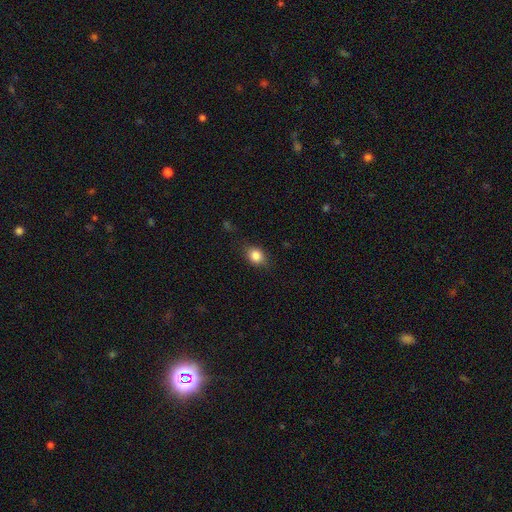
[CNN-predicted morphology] This appears to be a smooth galaxy with no disk features (84%) that is round (52%). Merging: none (79%).